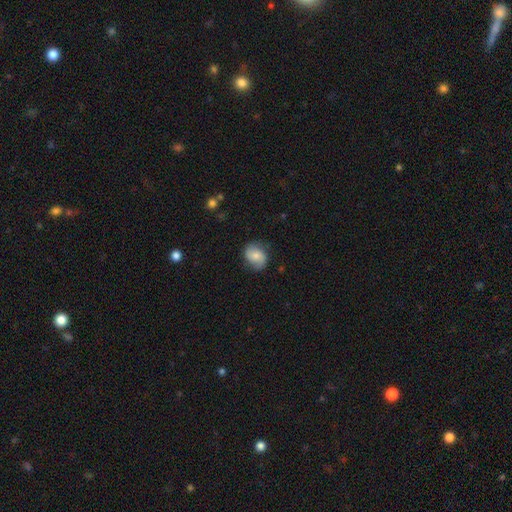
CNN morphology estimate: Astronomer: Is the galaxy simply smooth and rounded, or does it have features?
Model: smooth — 66%.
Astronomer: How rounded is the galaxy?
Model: in between — 54% (runner-up: round, 45%).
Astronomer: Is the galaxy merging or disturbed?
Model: none — 75%.